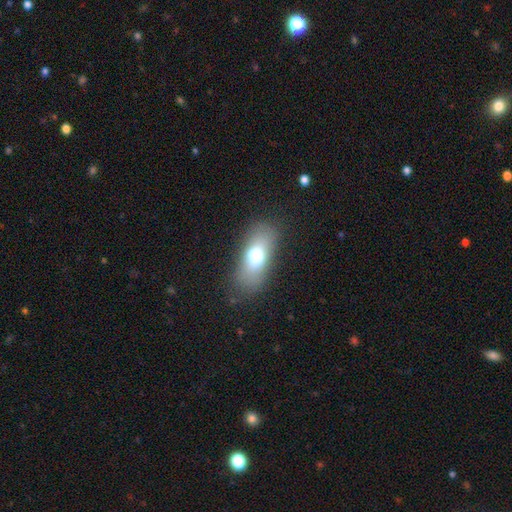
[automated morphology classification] Smooth or featured?
  - smooth: 71% *
  - featured or disk: 20%
  - star or artifact: 9%
How rounded?
  - in between: 82% *
  - cigar-shaped: 12%
  - round: 5%
Merging?
  - none: 77% *
  - minor disturbance: 15%
  - major disturbance: 7%
  - merger: 1%